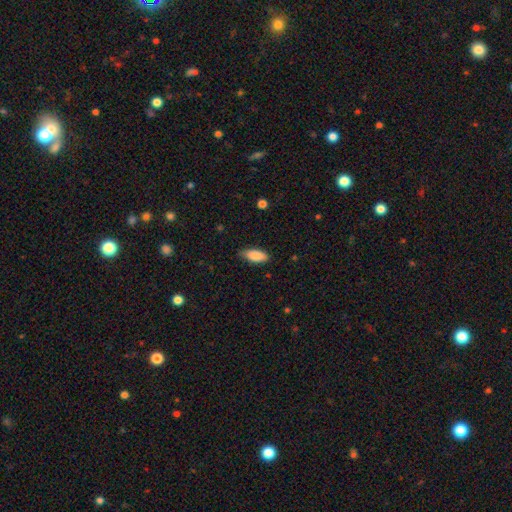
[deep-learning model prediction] Smooth or featured?
  - smooth: 87% *
  - featured or disk: 7%
  - star or artifact: 6%
How rounded?
  - in between: 82% *
  - cigar-shaped: 16%
  - round: 2%
Merging?
  - none: 80% *
  - minor disturbance: 16%
  - major disturbance: 3%
  - merger: 1%